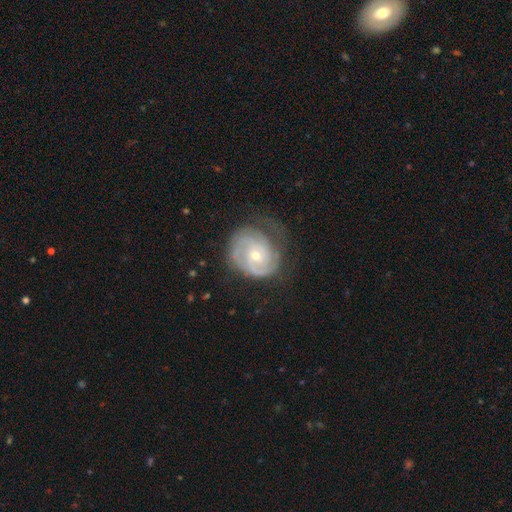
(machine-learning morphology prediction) Smooth or featured: featured or disk — 81% (smooth — 14%)
Edge-on disk: no — 98% (yes — 2%)
Bar: no — 72% (weak — 24%)
Spiral arms: yes — 93% (no — 7%)
Spiral winding: tight — 65% (medium — 27%)
Spiral arm count: 2 — 42% (can't tell — 27%)
Bulge size: small — 58% (moderate — 39%)
Merging: none — 56% (minor disturbance — 25%)